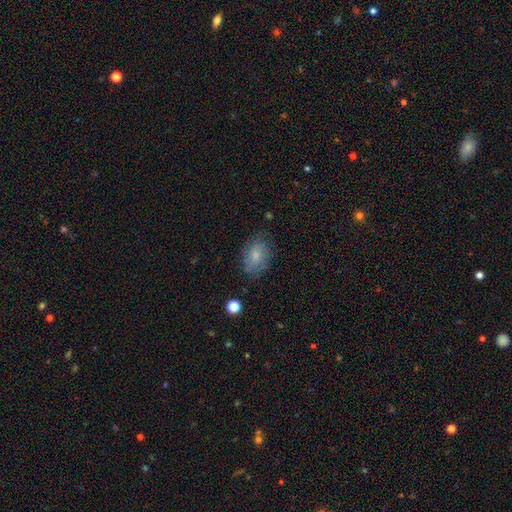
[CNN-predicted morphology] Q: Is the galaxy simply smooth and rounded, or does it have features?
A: smooth — 68%.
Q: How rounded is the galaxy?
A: in between — 79%.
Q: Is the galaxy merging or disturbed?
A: none — 72%.